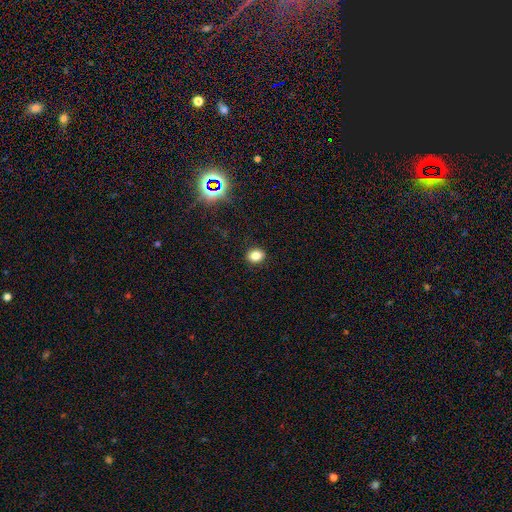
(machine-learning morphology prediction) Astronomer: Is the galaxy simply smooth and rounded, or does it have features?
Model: smooth — 83%.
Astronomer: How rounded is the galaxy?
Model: in between — 50% (runner-up: round, 49%).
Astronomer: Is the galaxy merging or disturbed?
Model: none — 90%.